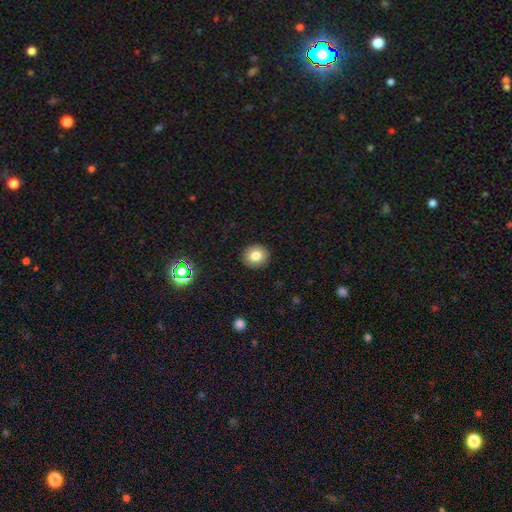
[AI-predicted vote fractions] Q: Smooth or featured?
A: smooth (79%); runner-up: star or artifact (11%)
Q: How rounded?
A: round (82%); runner-up: in between (17%)
Q: Merging?
A: none (91%); runner-up: minor disturbance (6%)